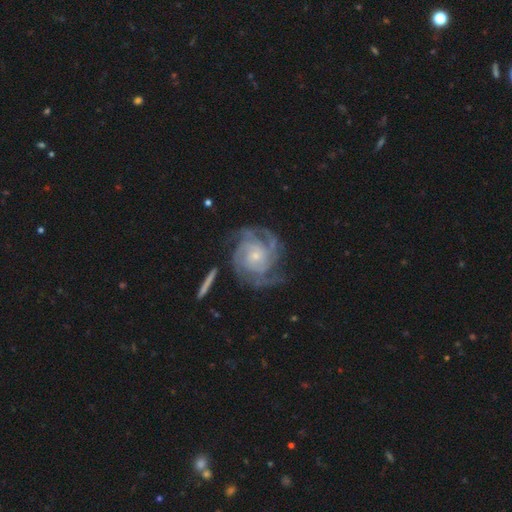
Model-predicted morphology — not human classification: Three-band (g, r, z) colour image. It shows a featured or disk galaxy (90%) with no bar (73%), 3 (33%) tight (62%) spiral arms (98%) and a small central bulge (73%). Merging: none (67%).